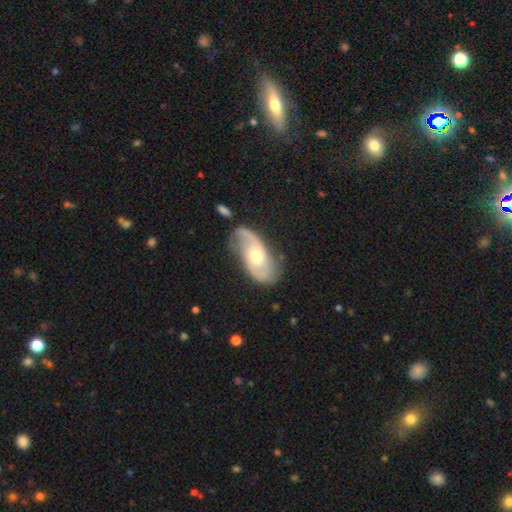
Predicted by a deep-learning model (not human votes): smooth-or-featured: featured or disk: 77% | smooth: 18% | star or artifact: 5%
  disk-edge-on: no: 94% | yes: 6%
    bar: no: 65% | weak: 28% | strong: 7%
    has-spiral-arms: yes: 89% | no: 11%
      spiral-winding: medium: 42% | loose: 36% | tight: 22%
      spiral-arm-count: 2: 84% | can't tell: 8% | 1: 5% | 3: 1% | 4: 1% | more than 4: 1%
    bulge-size: moderate: 71% | small: 19% | large: 9% | dominant: 1% | none: 1%
  merging: none: 67% | minor disturbance: 21% | major disturbance: 9% | merger: 3%